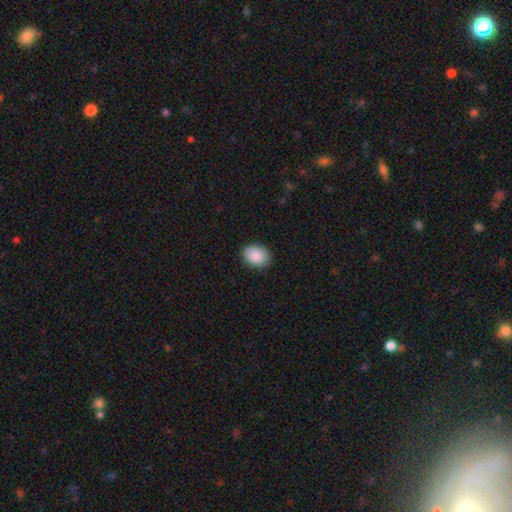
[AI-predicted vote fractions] Q: Smooth or featured?
A: smooth (89%); runner-up: star or artifact (7%)
Q: How rounded?
A: in between (69%); runner-up: round (30%)
Q: Merging?
A: none (85%); runner-up: minor disturbance (12%)